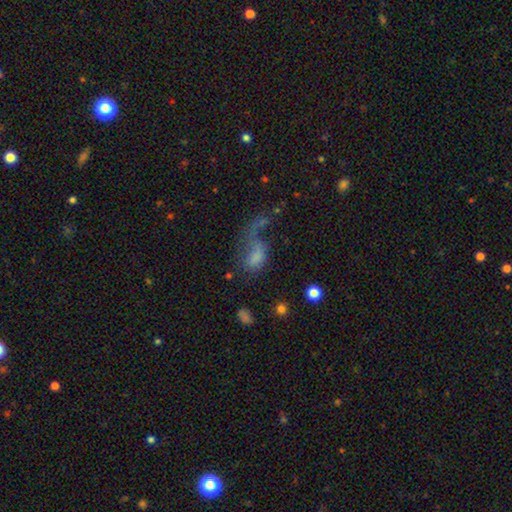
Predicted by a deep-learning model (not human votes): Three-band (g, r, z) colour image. It shows a smooth galaxy with no disk features (55%) that is in between round and cigar-shaped (82%). Merging: major disturbance (55%).